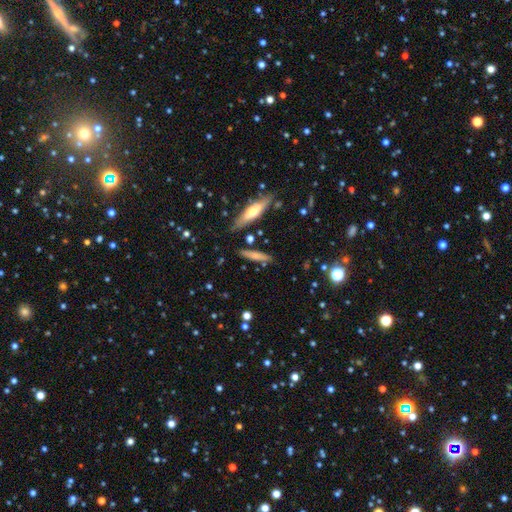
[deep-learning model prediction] A smooth galaxy with no disk features (62%) that is cigar-shaped (82%). Merging: none (80%).